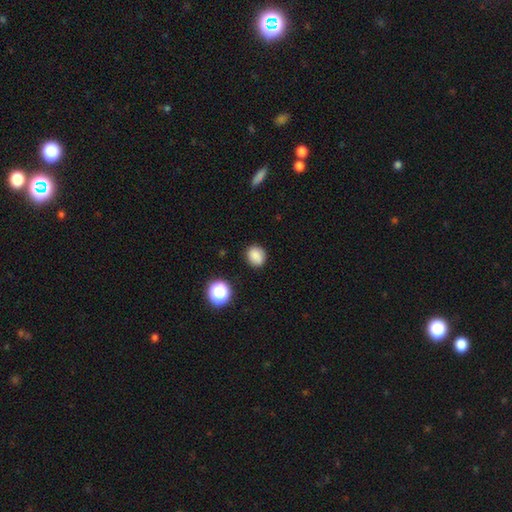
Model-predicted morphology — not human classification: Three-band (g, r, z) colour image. It shows a smooth galaxy with no disk features (84%) that is round (66%). Merging: none (86%).